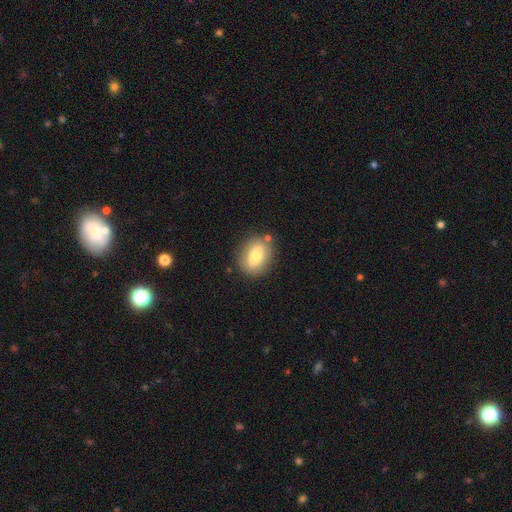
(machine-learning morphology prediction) This is likely a smooth galaxy (73%). How rounded: likely in between (60%). Merging: clearly none (82%).